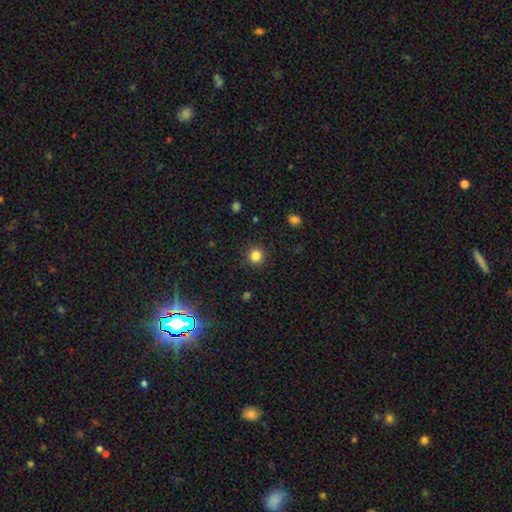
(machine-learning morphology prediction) Smooth or featured: smooth — 84% (star or artifact — 12%)
How rounded: round — 94% (in between — 5%)
Merging: none — 91% (minor disturbance — 6%)